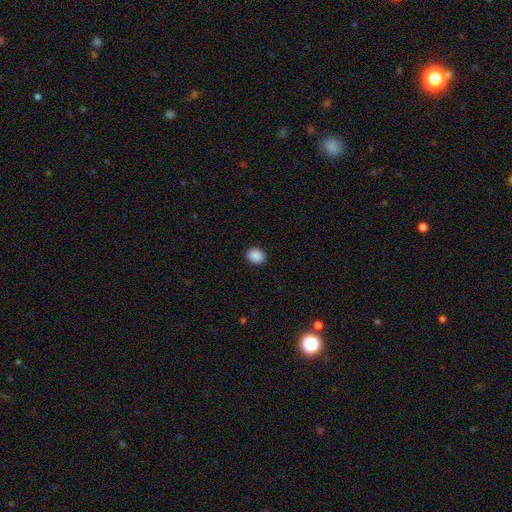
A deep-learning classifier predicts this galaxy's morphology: Overall: smooth (89%). How rounded: round (62%; in between 37%). Merging: none (91%).